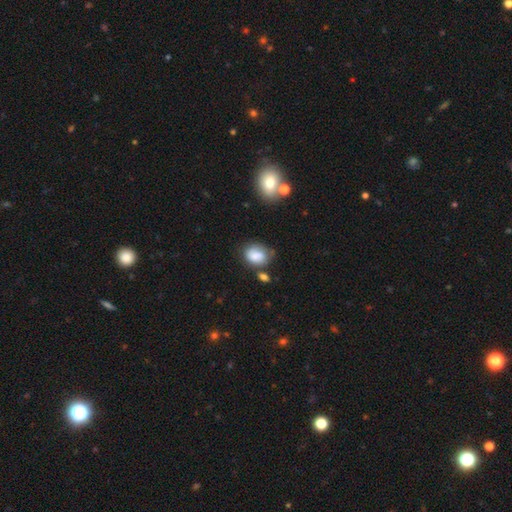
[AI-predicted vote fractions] Morphology: type=smooth (78%); roundness=in between (63%); merging=none (51%).